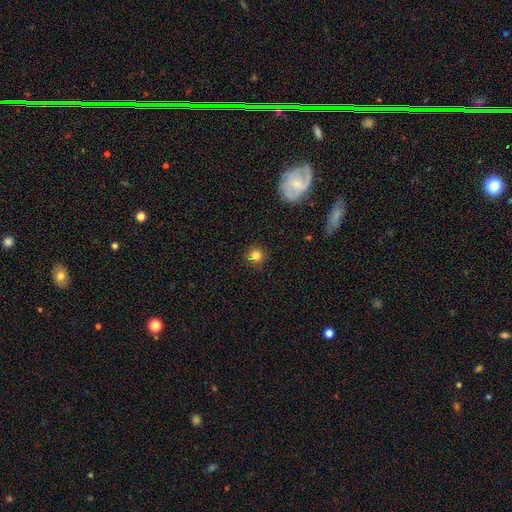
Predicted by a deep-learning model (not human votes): smooth_or_featured: smooth (p=0.79) [alt: star or artifact p=0.15]
how_rounded: round (p=0.92) [alt: in between p=0.07]
merging: none (p=0.82) [alt: minor disturbance p=0.11]